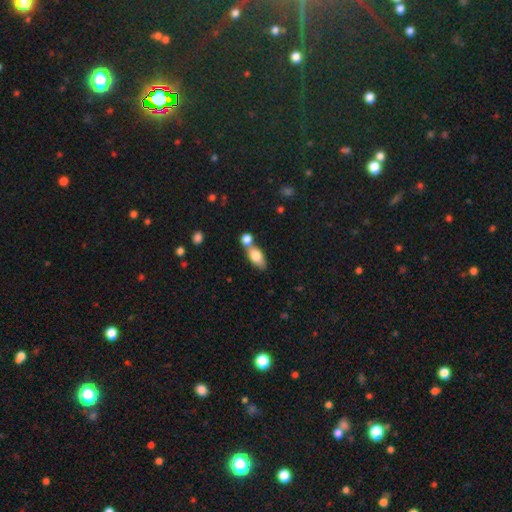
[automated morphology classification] smooth 77%, featured or disk 15%, star or artifact 8%. Down the decision tree: how rounded — in between (82%); merging — merger (44%).